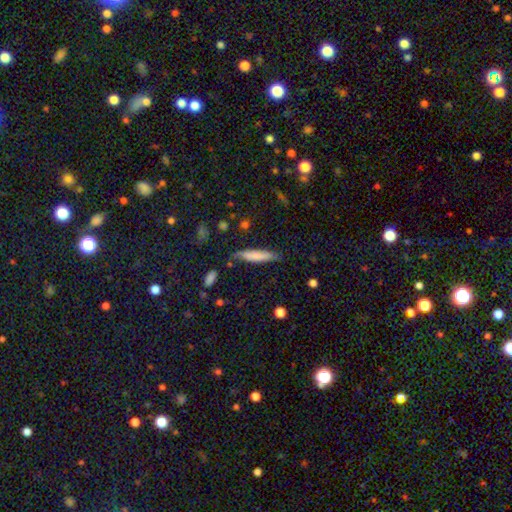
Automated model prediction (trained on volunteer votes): Q: Smooth or featured?
A: smooth (72%); runner-up: featured or disk (22%)
Q: How rounded?
A: cigar-shaped (84%); runner-up: in between (15%)
Q: Merging?
A: none (71%); runner-up: minor disturbance (21%)